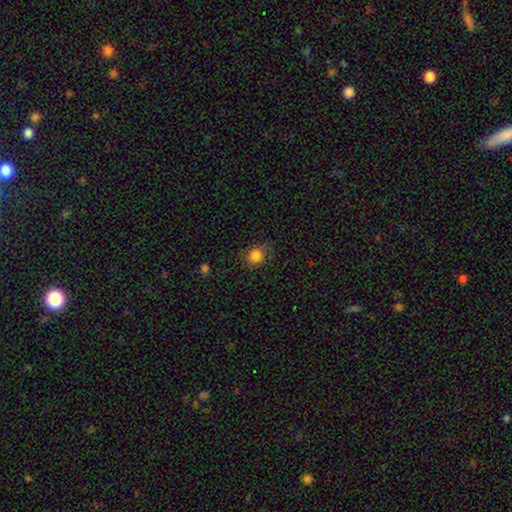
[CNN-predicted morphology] This is clearly a smooth galaxy (84%). How rounded: likely round (74%). Merging: likely none (69%).